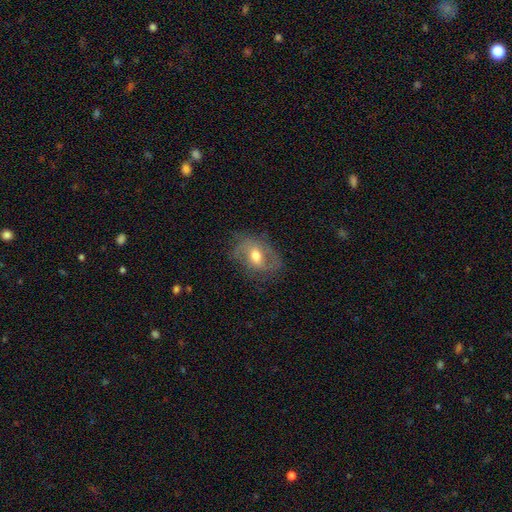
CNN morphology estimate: A featured or disk galaxy (60%) with a weak bar (43%), spiral arms (71%) and a moderate central bulge (72%). Merging: none (60%).